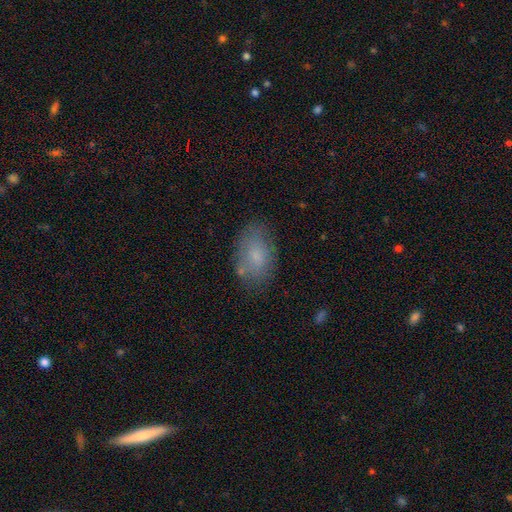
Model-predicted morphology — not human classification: Smooth or featured: smooth — 74% (featured or disk — 18%)
How rounded: in between — 89% (round — 9%)
Merging: none — 71% (minor disturbance — 20%)